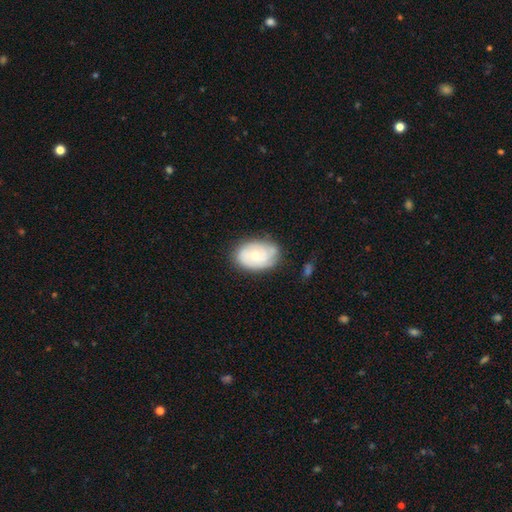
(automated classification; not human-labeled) Smooth or featured?
  - featured or disk: 50% *
  - smooth: 44%
  - star or artifact: 6%
Merging?
  - none: 69% *
  - minor disturbance: 23%
  - major disturbance: 6%
  - merger: 2%